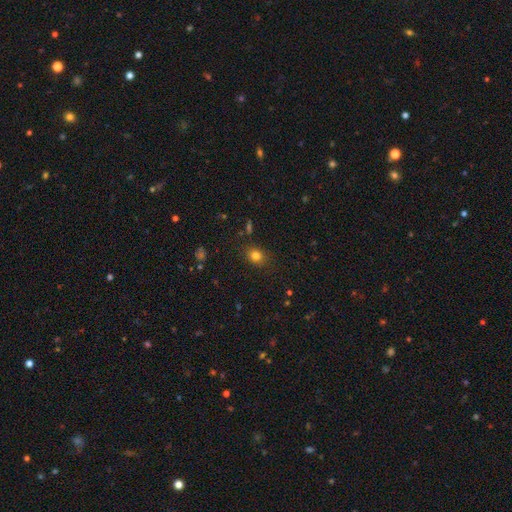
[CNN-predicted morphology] Smooth or featured? smooth (79%)
How rounded? round (59%)
Merging? none (85%)